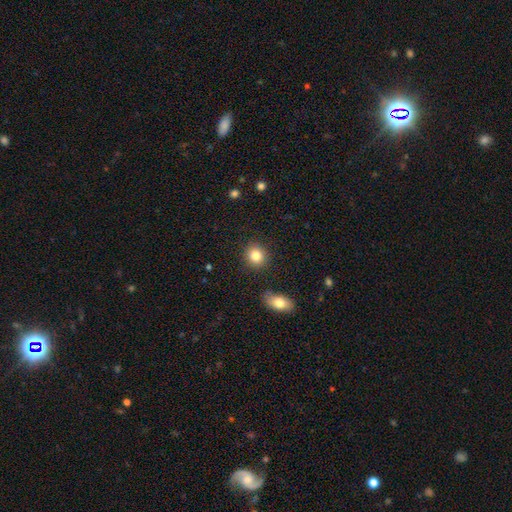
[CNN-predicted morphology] Overall: smooth (84%). How rounded: round (77%). Merging: none (88%).